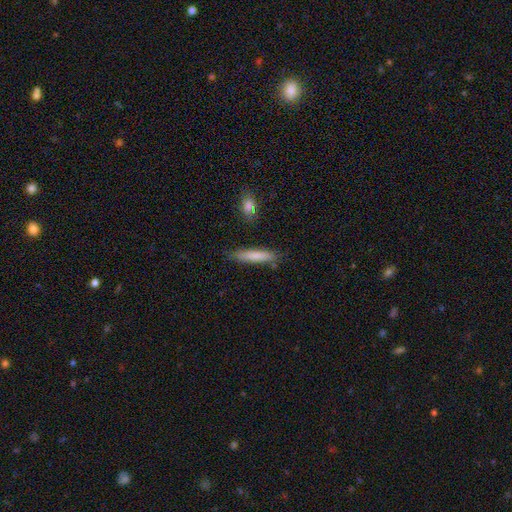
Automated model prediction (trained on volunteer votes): smooth_or_featured: smooth (p=0.78) [alt: featured or disk p=0.15]
how_rounded: cigar-shaped (p=0.87) [alt: in between p=0.11]
merging: none (p=0.82) [alt: minor disturbance p=0.12]